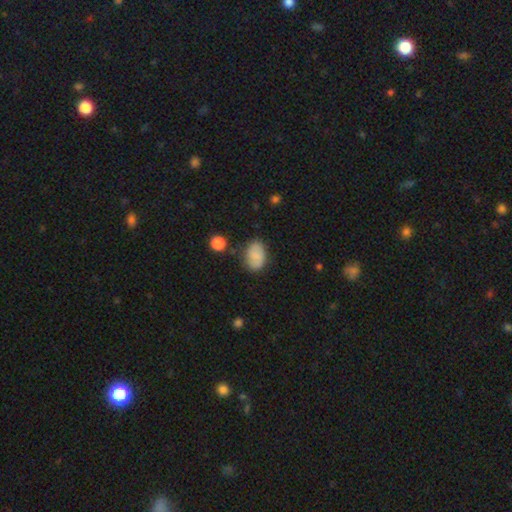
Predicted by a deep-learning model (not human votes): Smooth or featured? smooth (80%)
How rounded? in between (85%)
Merging? none (74%)